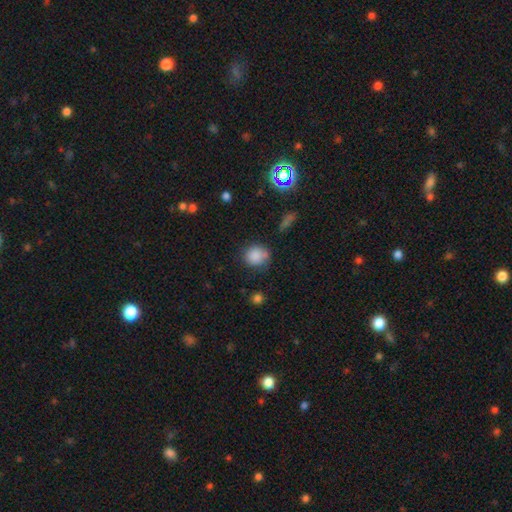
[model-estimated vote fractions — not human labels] This appears to be a smooth galaxy with no disk features (84%) that is round (82%). Merging: none (69%).